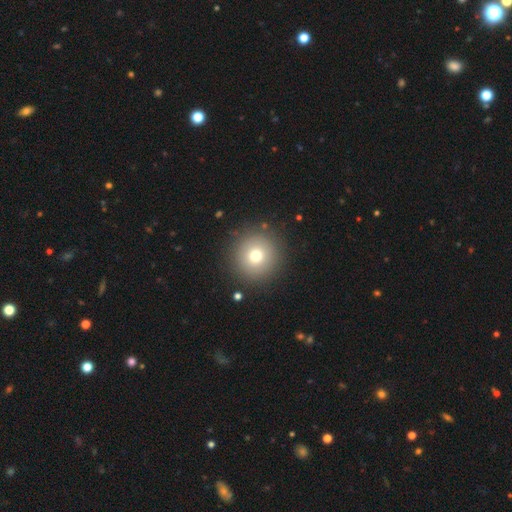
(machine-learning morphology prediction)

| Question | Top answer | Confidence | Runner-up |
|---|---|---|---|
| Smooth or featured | smooth | 73% | star or artifact (14%) |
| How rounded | round | 96% | in between (3%) |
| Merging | none | 89% | minor disturbance (6%) |